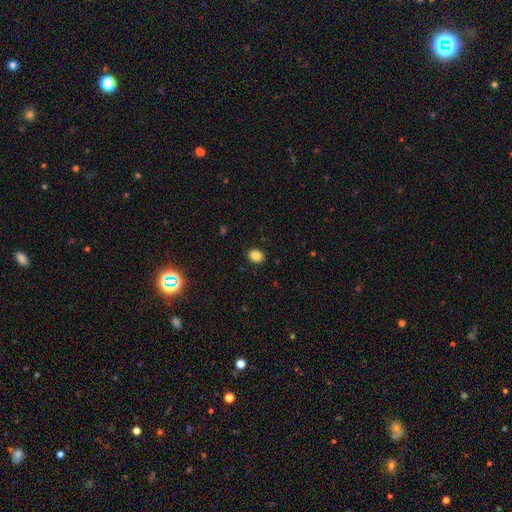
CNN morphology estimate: The model was most divided on "how rounded": in between: 59%, round: 40%, cigar-shaped: 1%. More confident: merging — none (89%); smooth or featured — smooth (85%).